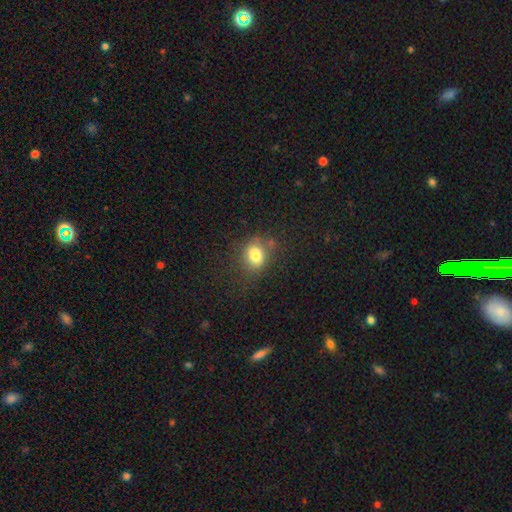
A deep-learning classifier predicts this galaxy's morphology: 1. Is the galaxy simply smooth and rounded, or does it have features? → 79% smooth, 12% star or artifact, 9% featured or disk.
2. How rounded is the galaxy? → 50% round, 49% in between, 1% cigar-shaped.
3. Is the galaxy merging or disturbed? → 69% none, 19% minor disturbance, 7% major disturbance, 5% merger.